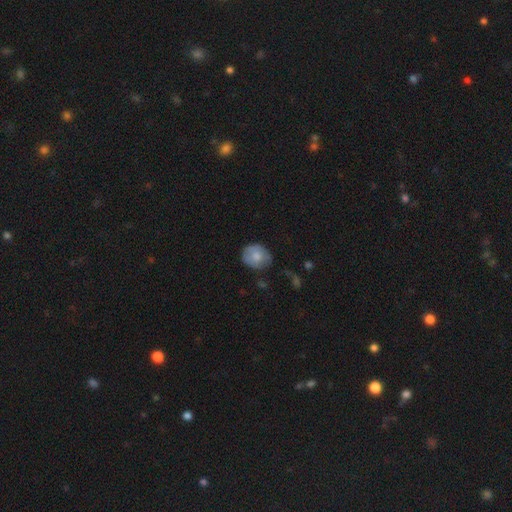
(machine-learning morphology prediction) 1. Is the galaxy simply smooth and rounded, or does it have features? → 71% smooth, 22% featured or disk, 7% star or artifact.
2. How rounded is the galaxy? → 64% round, 35% in between, 1% cigar-shaped.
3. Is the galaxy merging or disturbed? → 66% none, 25% minor disturbance, 6% major disturbance, 2% merger.